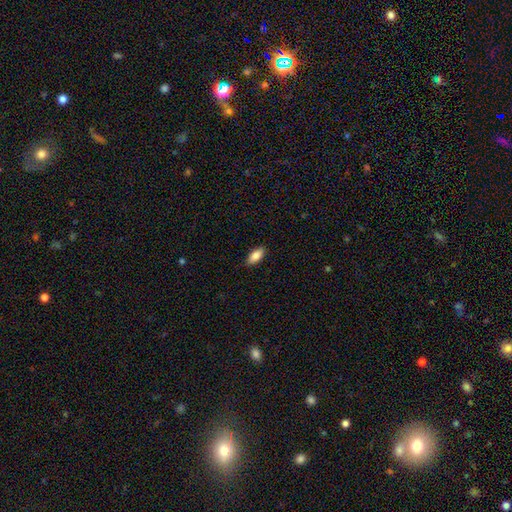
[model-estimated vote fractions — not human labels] Q: Smooth or featured?
A: smooth (84%); runner-up: featured or disk (9%)
Q: How rounded?
A: in between (87%); runner-up: cigar-shaped (11%)
Q: Merging?
A: none (88%); runner-up: minor disturbance (9%)